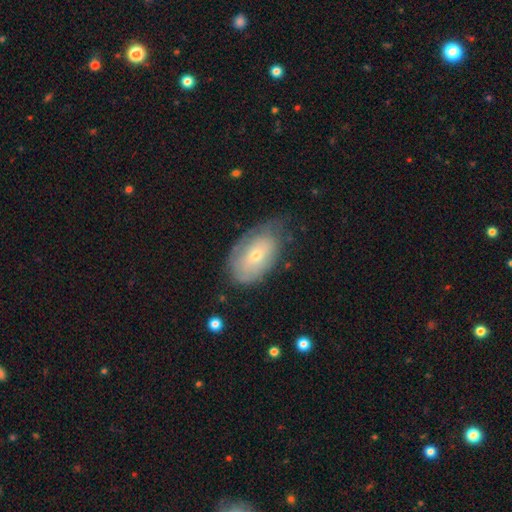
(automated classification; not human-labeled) Morphology: type=smooth (48%); merging=none (51%).